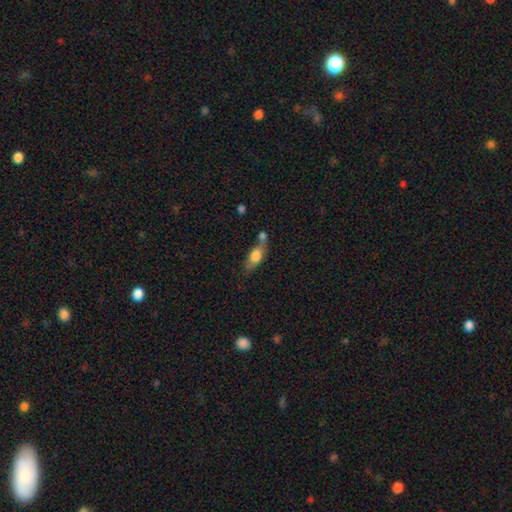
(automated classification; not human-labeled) Smooth or featured? Predicted: smooth (p=0.72). How rounded? Predicted: in between (p=0.75). Merging? Predicted: none (p=0.40).